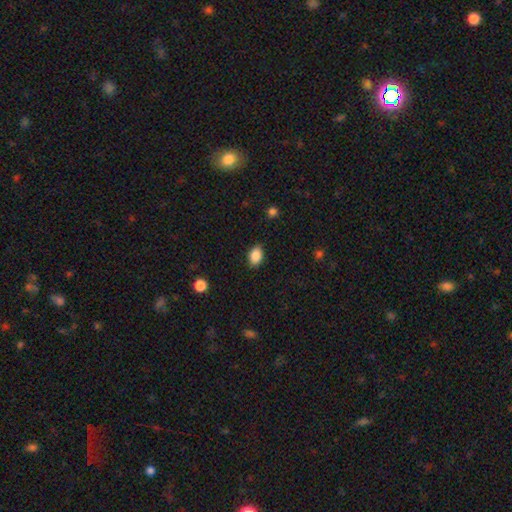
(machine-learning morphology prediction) This appears to be a smooth galaxy with no disk features (87%) that is in between round and cigar-shaped (85%). Merging: none (86%).